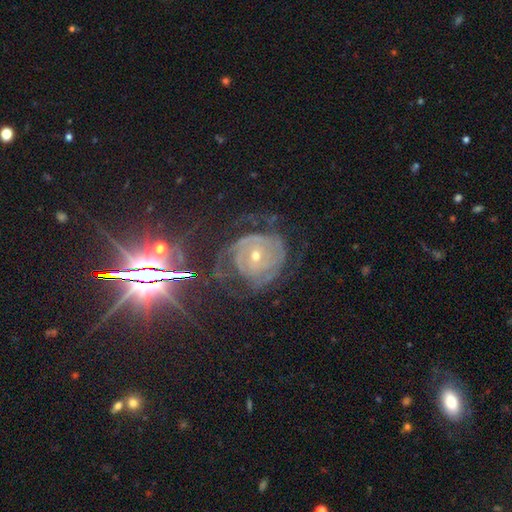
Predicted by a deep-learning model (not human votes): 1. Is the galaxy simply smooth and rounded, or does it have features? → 77% featured or disk, 15% star or artifact, 8% smooth.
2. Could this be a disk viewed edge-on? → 96% no, 4% yes.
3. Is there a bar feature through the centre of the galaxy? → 60% no, 27% weak, 12% strong.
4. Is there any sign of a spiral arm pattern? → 88% yes, 12% no.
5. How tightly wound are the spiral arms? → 71% tight, 22% medium, 7% loose.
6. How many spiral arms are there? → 43% can't tell, 23% 2, 16% 3, 7% 4, 6% 1, 5% more than 4.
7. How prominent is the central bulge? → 61% small, 36% moderate, 1% large, 1% none, 1% dominant.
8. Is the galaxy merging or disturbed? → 59% none, 21% minor disturbance, 18% major disturbance, 2% merger.